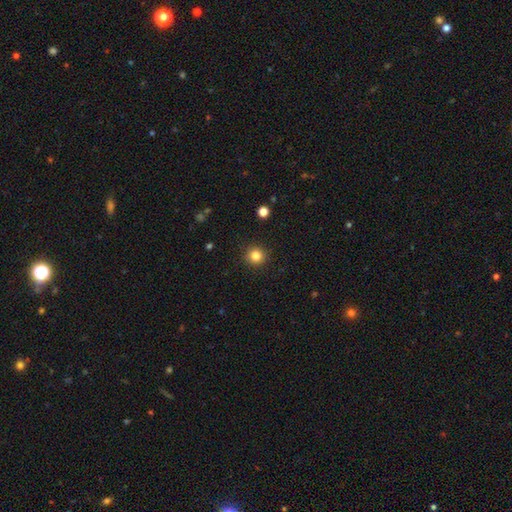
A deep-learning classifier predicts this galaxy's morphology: Smooth or featured?
  - smooth: 84% *
  - star or artifact: 12%
  - featured or disk: 5%
How rounded?
  - round: 94% *
  - in between: 5%
  - cigar-shaped: 1%
Merging?
  - none: 91% *
  - minor disturbance: 6%
  - major disturbance: 2%
  - merger: 1%